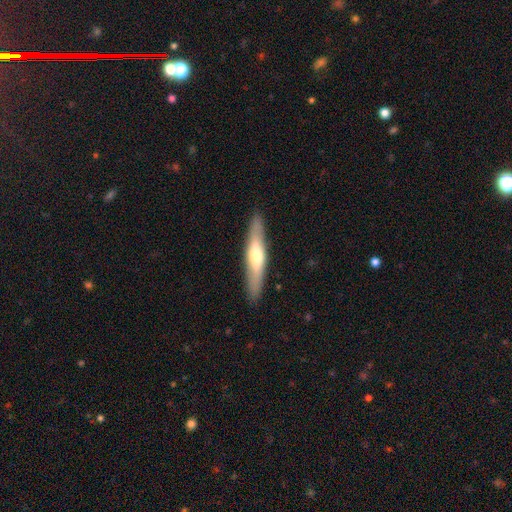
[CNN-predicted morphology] type=featured or disk (50%); merging=none (89%).